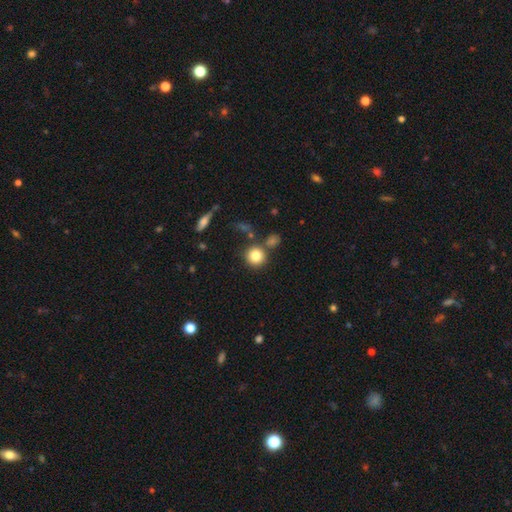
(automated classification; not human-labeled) A smooth galaxy with no disk features (83%) that is round (90%). Merging: none (75%).